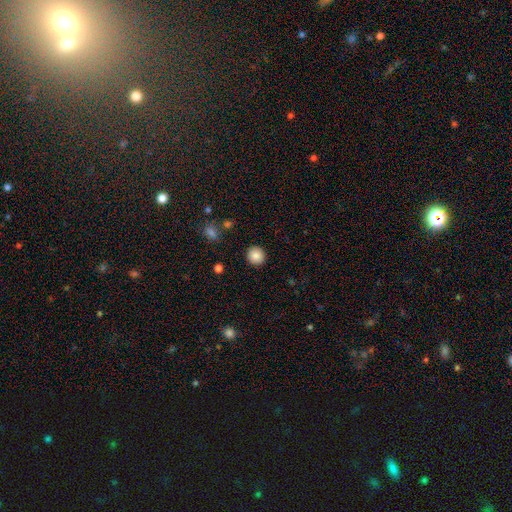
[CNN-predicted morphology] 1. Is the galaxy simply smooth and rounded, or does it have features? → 87% smooth, 9% star or artifact, 4% featured or disk.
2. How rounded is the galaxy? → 89% round, 10% in between, 1% cigar-shaped.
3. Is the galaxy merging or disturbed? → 91% none, 6% minor disturbance, 2% major disturbance, 1% merger.